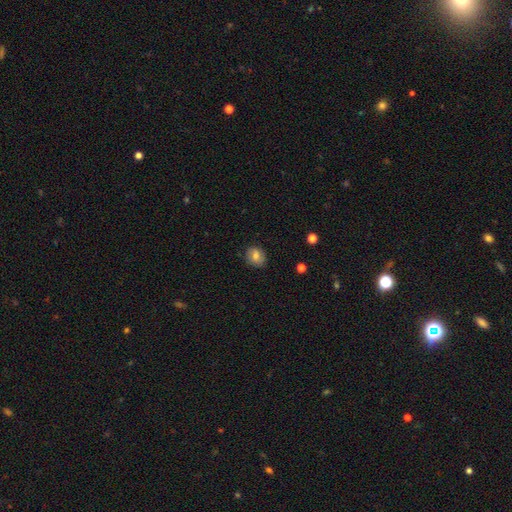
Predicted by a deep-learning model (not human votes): This appears to be a smooth galaxy with no disk features (73%) that is round (63%). Merging: none (82%).